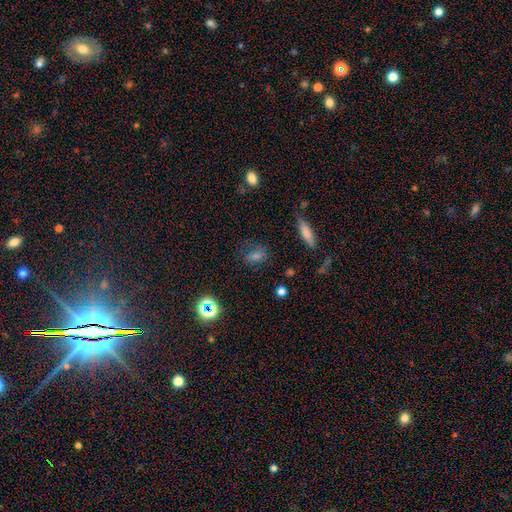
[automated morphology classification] type=smooth (51%); roundness=in between (60%); merging=none (69%).